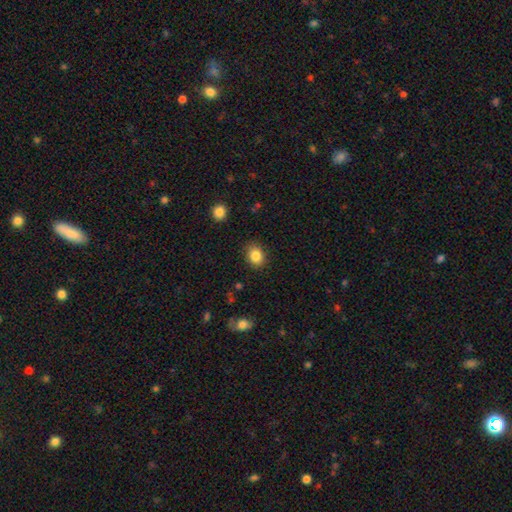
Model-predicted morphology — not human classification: type=smooth (85%); roundness=in between (51%); merging=none (86%).